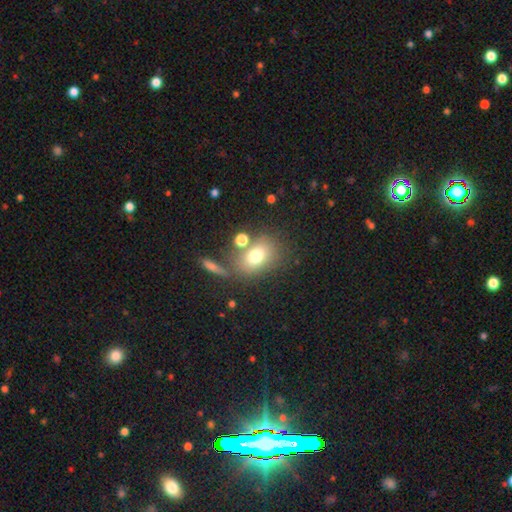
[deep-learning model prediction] The model was most divided on "how rounded": in between: 65%, round: 33%, cigar-shaped: 2%. More confident: smooth or featured — smooth (72%); merging — none (62%).